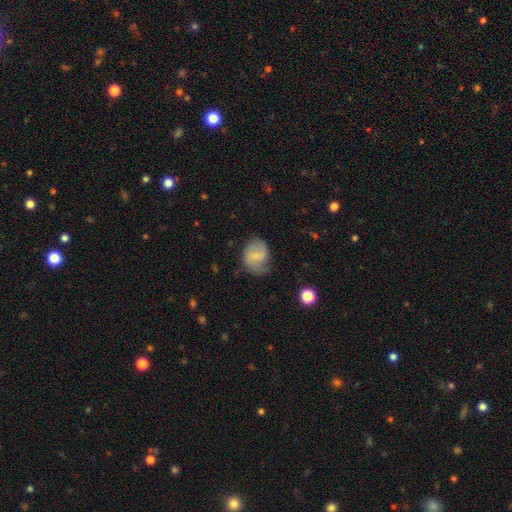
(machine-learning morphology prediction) A featured or disk galaxy (47%). Merging: none (63%).